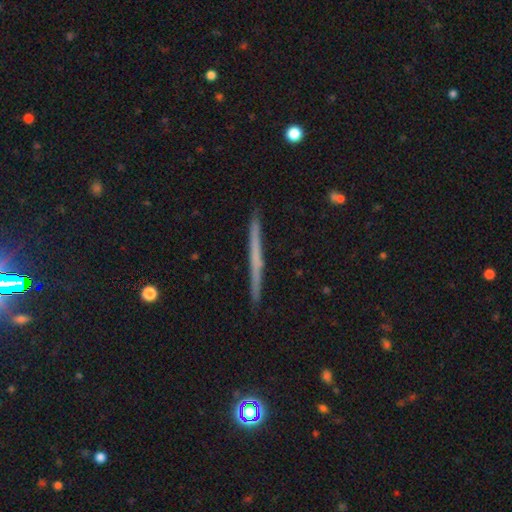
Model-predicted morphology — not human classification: The model was most divided on "smooth or featured": featured or disk: 55%, smooth: 38%, star or artifact: 7%. More confident: edge-on disk — yes (98%); merging — none (92%); edge-on bulge — none (88%).